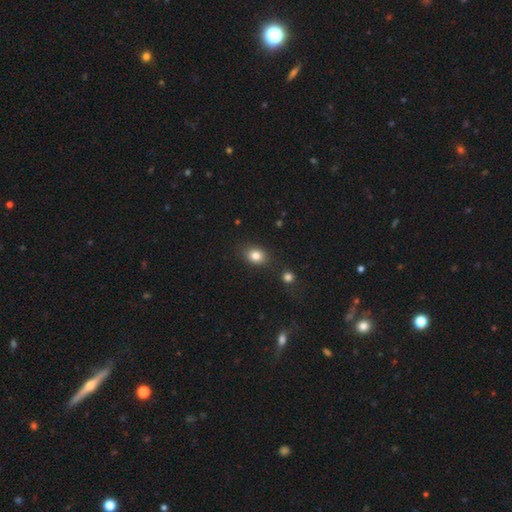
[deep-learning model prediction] This appears to be a smooth galaxy with no disk features (82%) that is in between round and cigar-shaped (52%). Merging: none (80%).